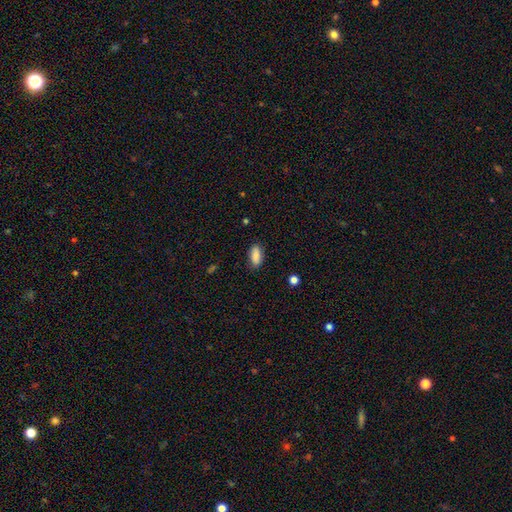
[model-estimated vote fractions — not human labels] smooth-or-featured: smooth: 87% | star or artifact: 7% | featured or disk: 6%
  how-rounded: in between: 86% | cigar-shaped: 11% | round: 3%
  merging: none: 85% | minor disturbance: 12% | major disturbance: 3% | merger: 1%